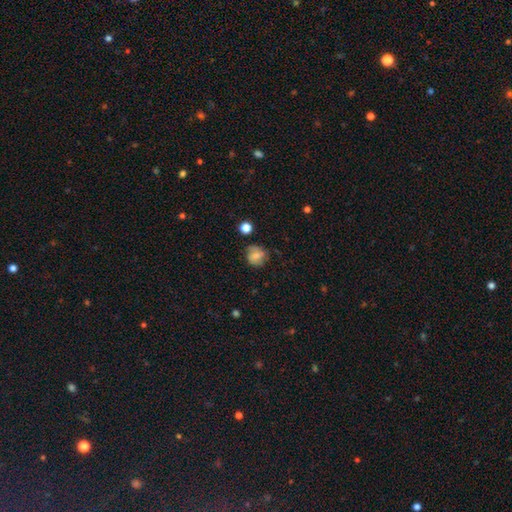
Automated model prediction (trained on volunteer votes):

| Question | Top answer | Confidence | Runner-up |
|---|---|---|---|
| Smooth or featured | smooth | 68% | featured or disk (22%) |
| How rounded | round | 77% | in between (22%) |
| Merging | none | 66% | minor disturbance (24%) |